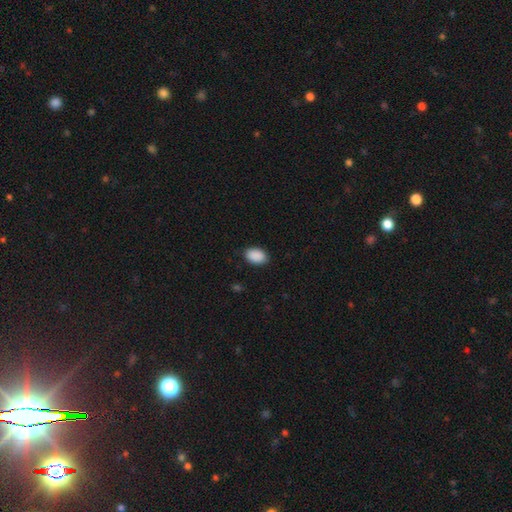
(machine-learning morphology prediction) smooth-or-featured: smooth: 91% | star or artifact: 7% | featured or disk: 2%
  how-rounded: in between: 88% | round: 11% | cigar-shaped: 1%
  merging: none: 87% | minor disturbance: 10% | major disturbance: 2% | merger: 1%